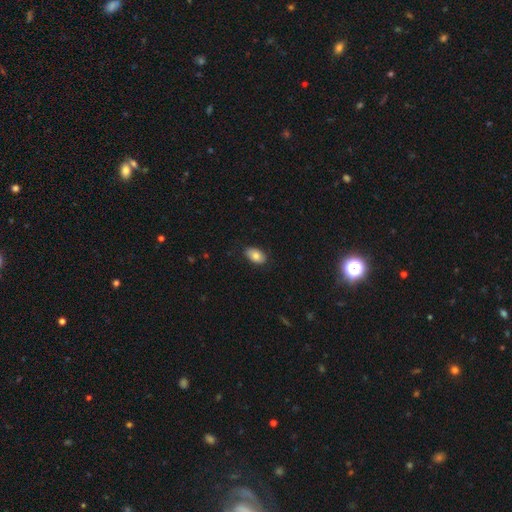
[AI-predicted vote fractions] Smooth or featured? Predicted: smooth (p=0.82). How rounded? Predicted: in between (p=0.91). Merging? Predicted: none (p=0.82).